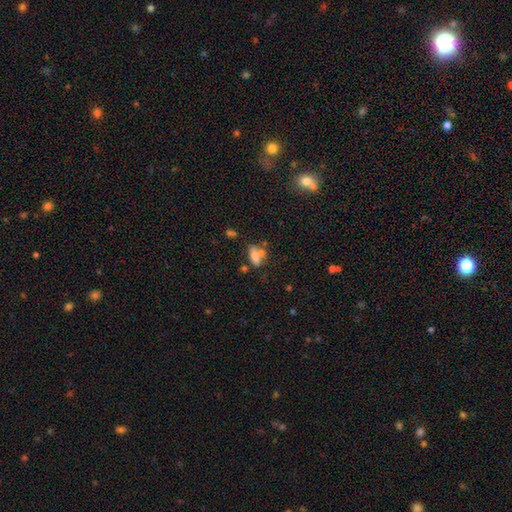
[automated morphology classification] Smooth or featured? smooth (68%)
How rounded? in between (68%)
Merging? none (41%)